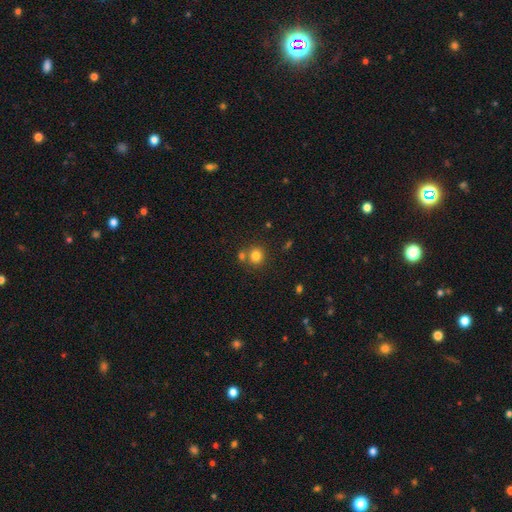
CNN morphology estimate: A smooth galaxy with no disk features (81%) that is round (87%).

Vote fractions:
- Smooth or featured? smooth: 81% / star or artifact: 12% / featured or disk: 7%
- How rounded? round: 87% / in between: 12% / cigar-shaped: 1%
- Merging? none: 67% / merger: 21% / minor disturbance: 9% / major disturbance: 3%